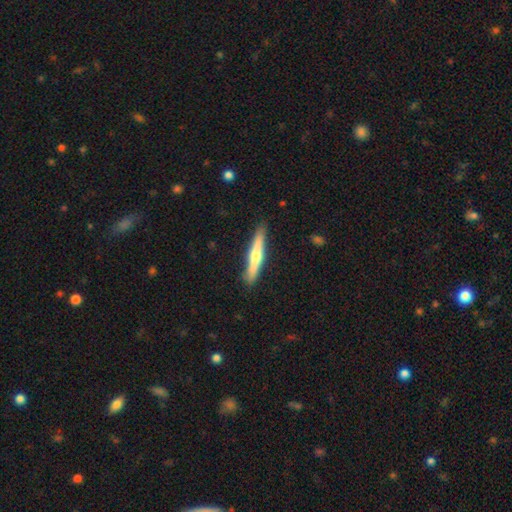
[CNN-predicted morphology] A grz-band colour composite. It shows a featured or disk galaxy (50%). Merging: none (88%).